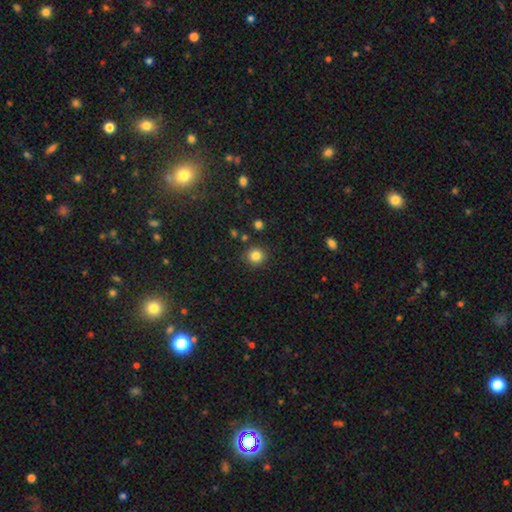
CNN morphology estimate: Smooth or featured? Predicted: smooth (p=0.83). How rounded? Predicted: round (p=0.92). Merging? Predicted: none (p=0.88).